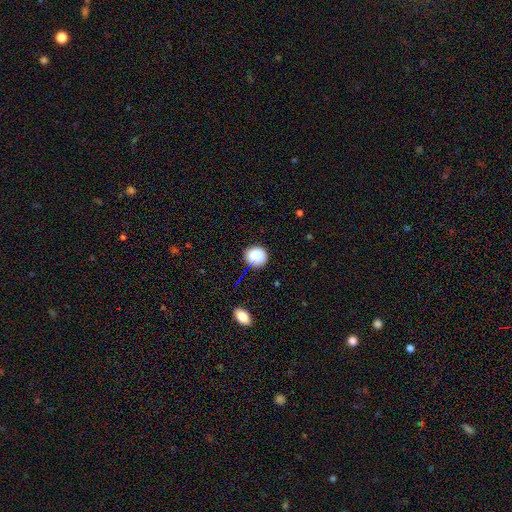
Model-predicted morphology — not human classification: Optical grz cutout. It shows a smooth galaxy with no disk features (87%) that is round (85%). Merging: none (81%).